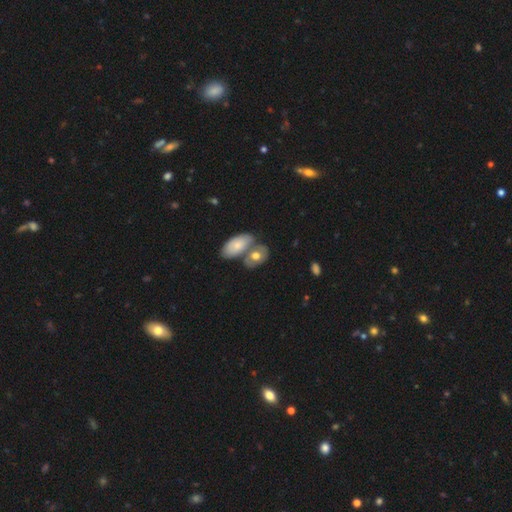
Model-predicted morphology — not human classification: type=smooth (64%); roundness=in between (83%); merging=merger (47%).